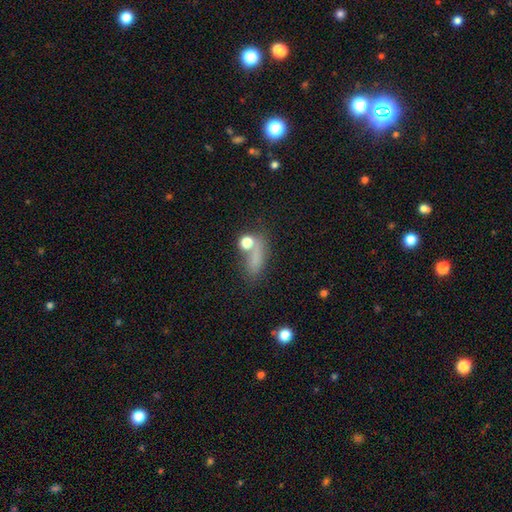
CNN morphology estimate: A smooth galaxy with no disk features (67%) that is in between round and cigar-shaped (54%).

Vote fractions:
- Smooth or featured? smooth: 67% / star or artifact: 19% / featured or disk: 15%
- How rounded? in between: 54% / cigar-shaped: 23% / round: 22%
- Merging? none: 50% / minor disturbance: 18% / merger: 17% / major disturbance: 15%